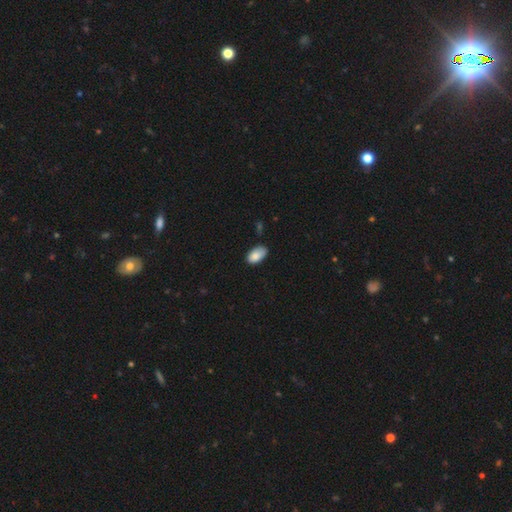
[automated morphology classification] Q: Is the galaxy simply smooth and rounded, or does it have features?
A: smooth — 85%.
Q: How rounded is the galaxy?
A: in between — 94%.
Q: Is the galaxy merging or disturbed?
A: none — 63%.